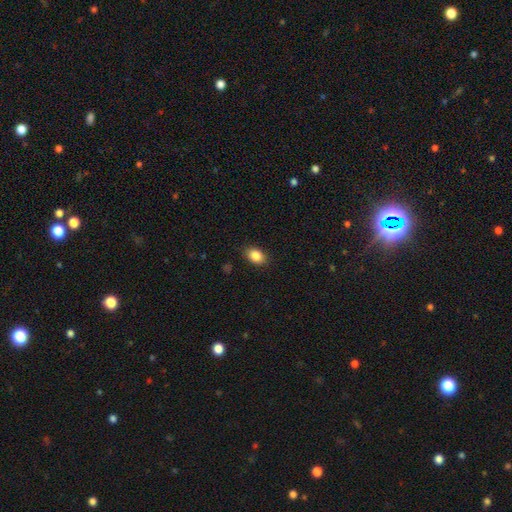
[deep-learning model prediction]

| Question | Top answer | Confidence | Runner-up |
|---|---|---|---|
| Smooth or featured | smooth | 86% | star or artifact (8%) |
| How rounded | in between | 80% | round (19%) |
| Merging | none | 88% | minor disturbance (9%) |